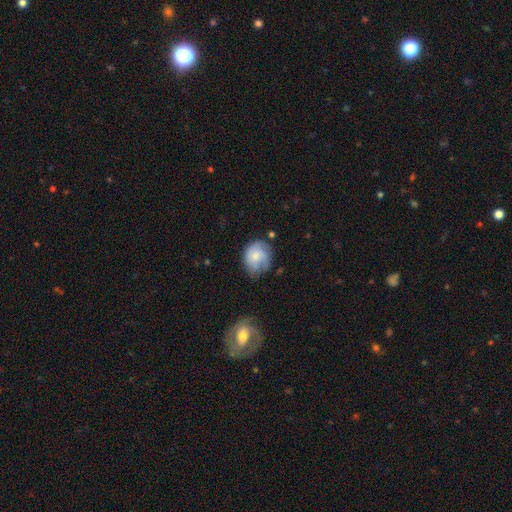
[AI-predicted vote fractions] A smooth galaxy with no disk features (49%).

Vote fractions:
- Smooth or featured? smooth: 49% / featured or disk: 43% / star or artifact: 8%
- Merging? none: 58% / minor disturbance: 28% / major disturbance: 11% / merger: 3%